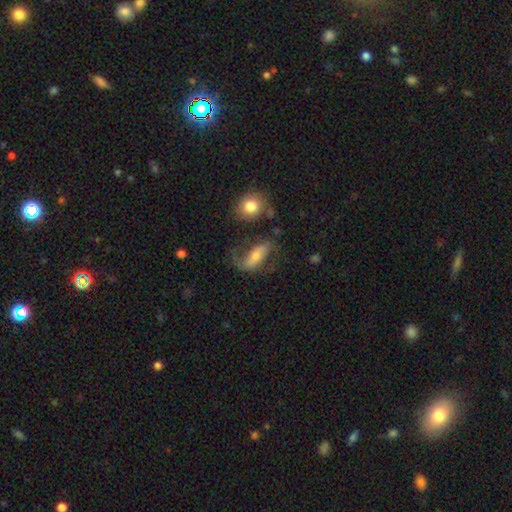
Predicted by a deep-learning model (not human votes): featured or disk 64%, smooth 28%, star or artifact 9%. Down the decision tree: edge-on disk — no (88%); bar — strong (47%); spiral arms — yes (86%); bulge size — small (45%); merging — none (55%).